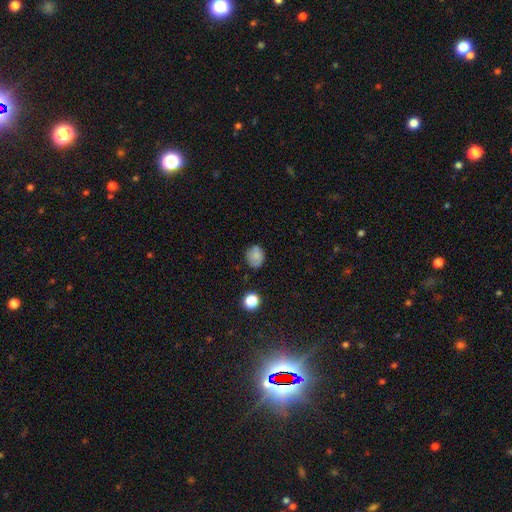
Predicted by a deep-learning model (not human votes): A smooth galaxy with no disk features (77%) that is round (62%). Merging: none (71%).